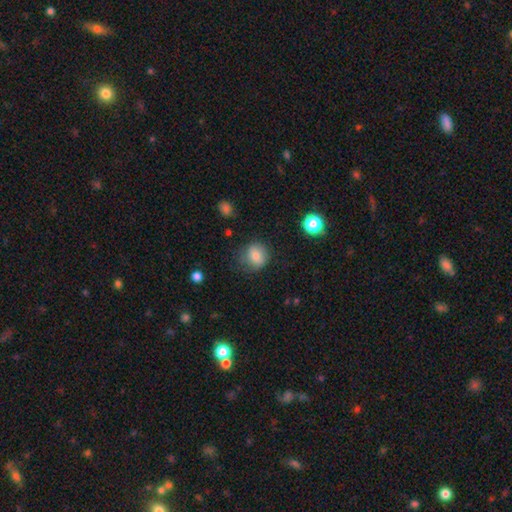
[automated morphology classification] smooth 80%, star or artifact 11%, featured or disk 10%. Down the decision tree: how rounded — round (80%); merging — none (69%).